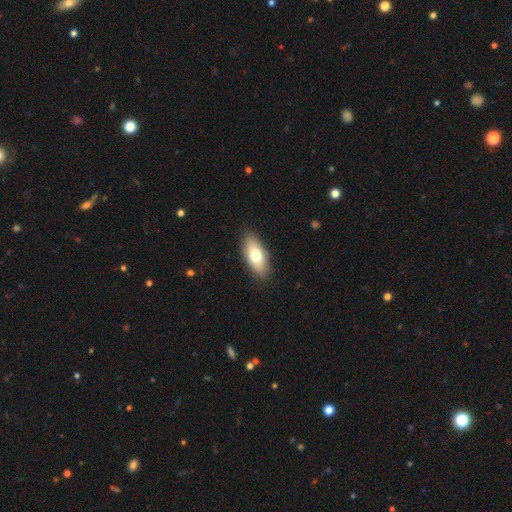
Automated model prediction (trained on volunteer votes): smooth_or_featured: smooth (p=0.70) [alt: featured or disk p=0.23]
how_rounded: in between (p=0.82) [alt: cigar-shaped p=0.15]
merging: none (p=0.88) [alt: minor disturbance p=0.09]